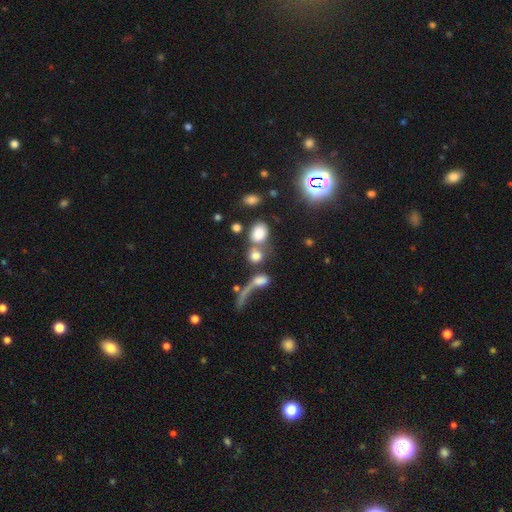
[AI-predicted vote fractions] This is likely a smooth galaxy (73%). How rounded: likely round (65%). Merging: possibly merger (50%).